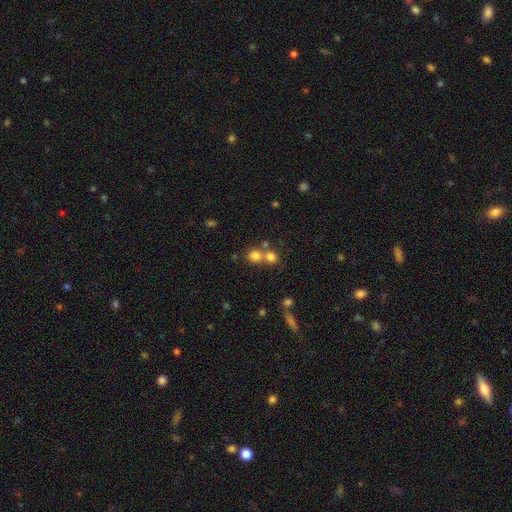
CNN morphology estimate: Smooth or featured? smooth (76%)
How rounded? round (84%)
Merging? none (50%)